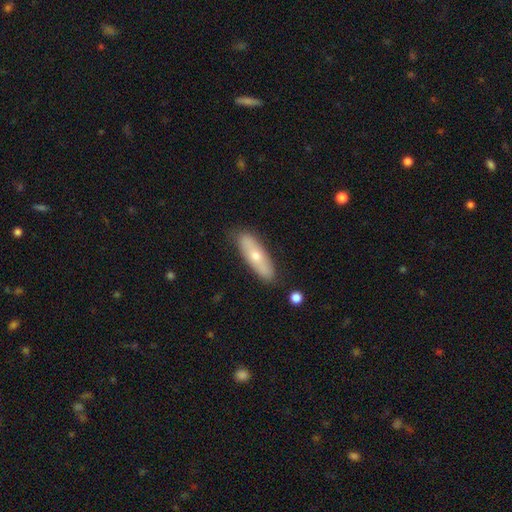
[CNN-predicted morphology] Smooth or featured: smooth — 55% (featured or disk — 39%)
How rounded: cigar-shaped — 50% (in between — 48%)
Merging: none — 84% (minor disturbance — 12%)